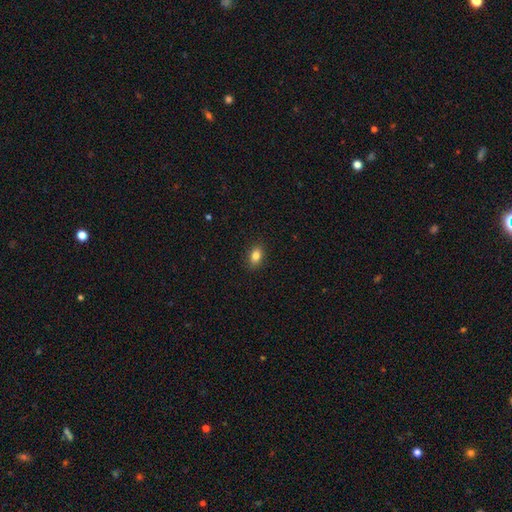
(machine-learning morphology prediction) A smooth galaxy with no disk features (84%) that is in between round and cigar-shaped (82%). Merging: none (89%).